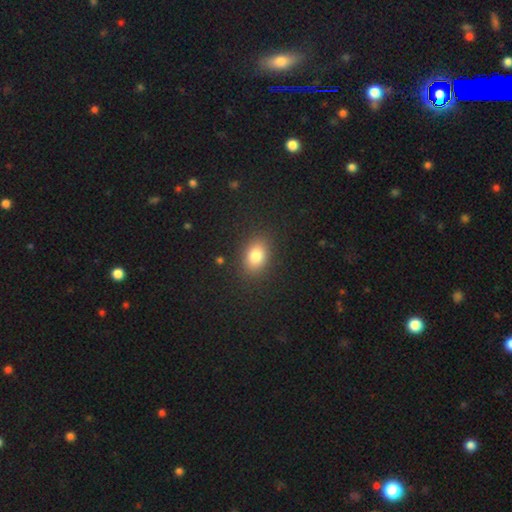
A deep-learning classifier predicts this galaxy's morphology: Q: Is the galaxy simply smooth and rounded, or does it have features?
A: smooth — 81%.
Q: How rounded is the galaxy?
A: in between — 73%.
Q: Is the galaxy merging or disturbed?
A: none — 87%.